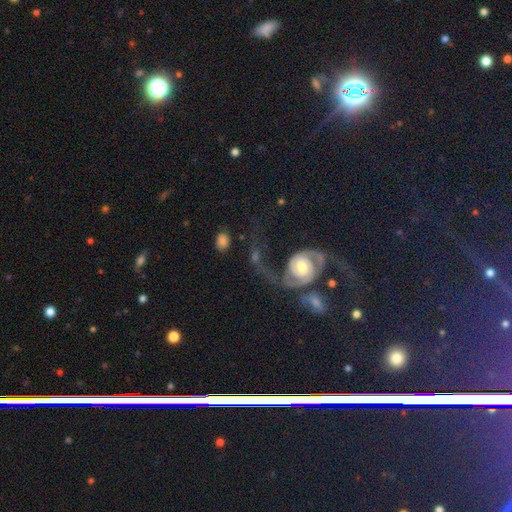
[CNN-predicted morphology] Smooth or featured? Predicted: featured or disk (p=0.79). Edge-on disk? Predicted: no (p=0.96). Bar? Predicted: no (p=0.51). Spiral arms? Predicted: yes (p=0.92). Spiral winding? Predicted: loose (p=0.48). Spiral arm count? Predicted: 2 (p=0.86). Bulge size? Predicted: moderate (p=0.56). Merging? Predicted: none (p=0.40).